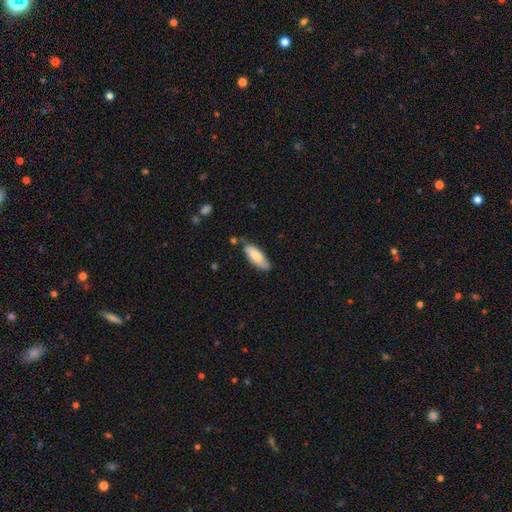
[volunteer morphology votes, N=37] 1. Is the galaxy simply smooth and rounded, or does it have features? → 73% smooth, 22% featured or disk, 5% star or artifact.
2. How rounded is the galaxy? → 67% in between, 33% cigar-shaped, 0% round.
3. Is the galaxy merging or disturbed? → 74% none, 20% minor disturbance, 6% major disturbance, 0% merger.